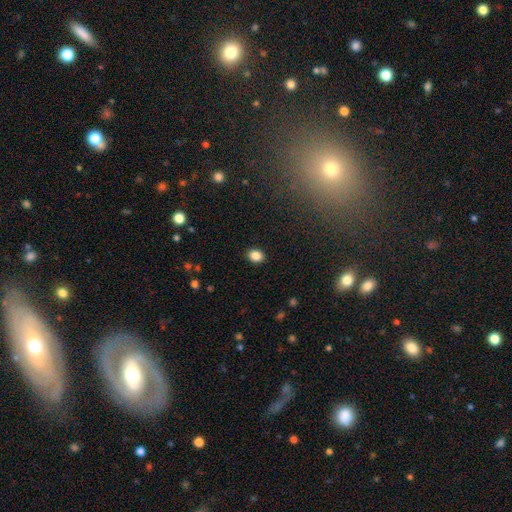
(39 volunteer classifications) Smooth or featured? 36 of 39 (92%) said smooth. How rounded? 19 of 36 (53%) said round. Merging? 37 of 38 (97%) said none.